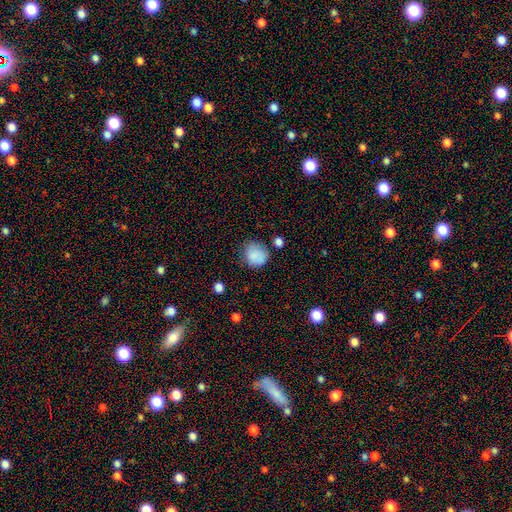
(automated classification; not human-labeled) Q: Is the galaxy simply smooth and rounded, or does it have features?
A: smooth — 84%.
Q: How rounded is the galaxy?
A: round — 81%.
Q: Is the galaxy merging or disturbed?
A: none — 64%.